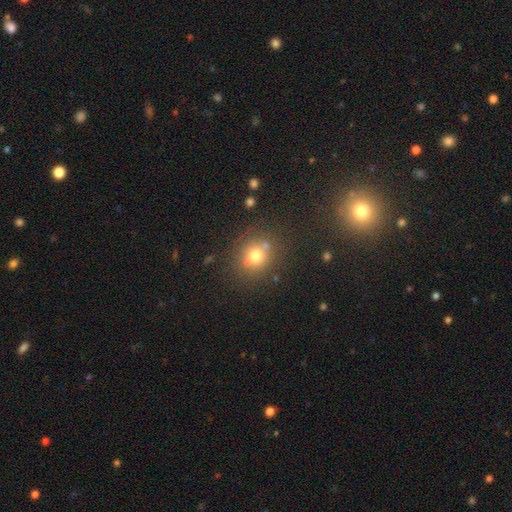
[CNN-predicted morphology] type=smooth (71%); roundness=round (83%); merging=none (70%).